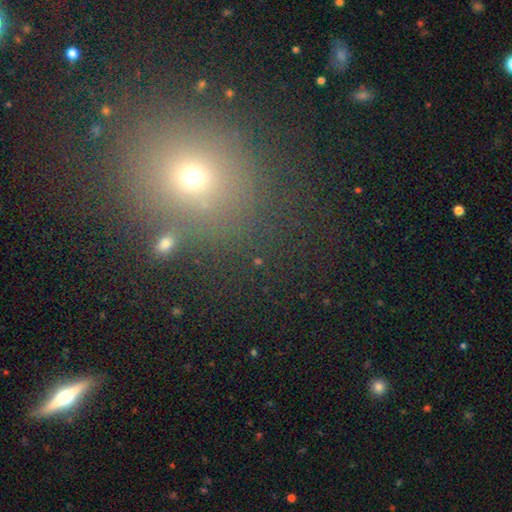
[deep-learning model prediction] Q: Smooth or featured?
A: smooth (53%); runner-up: star or artifact (35%)
Q: How rounded?
A: round (70%); runner-up: in between (28%)
Q: Merging?
A: none (81%); runner-up: minor disturbance (9%)